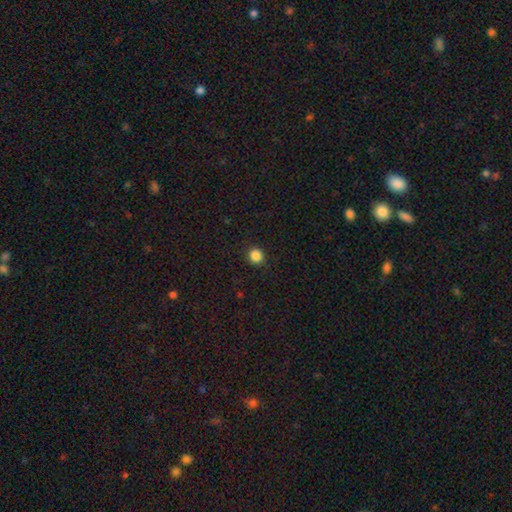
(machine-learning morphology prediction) This is clearly a smooth galaxy (86%). How rounded: clearly round (88%). Merging: clearly none (91%).